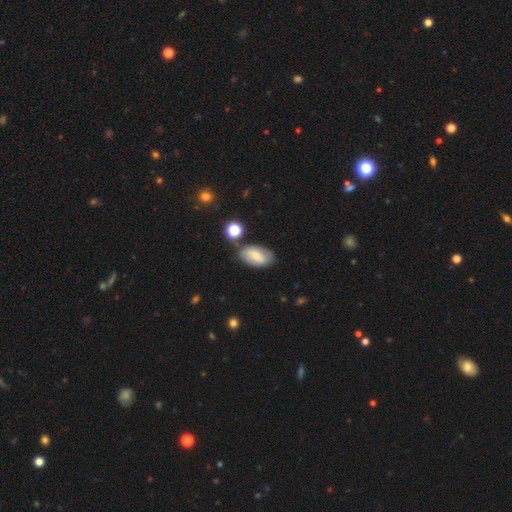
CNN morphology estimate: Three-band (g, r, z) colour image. It shows a smooth galaxy with no disk features (58%) that is in between round and cigar-shaped (92%). Merging: none (71%).